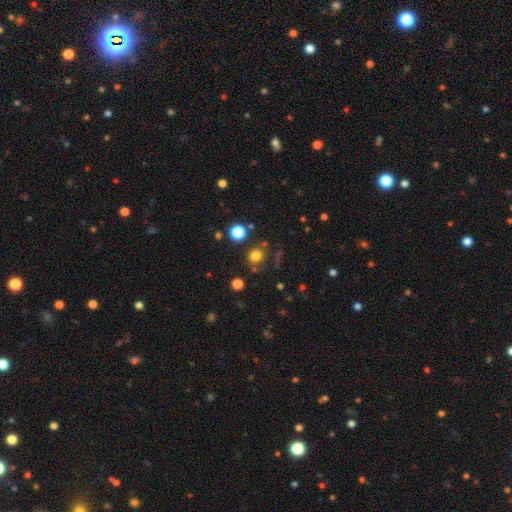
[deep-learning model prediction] Smooth or featured?
  - smooth: 78% *
  - star or artifact: 17%
  - featured or disk: 6%
How rounded?
  - round: 87% *
  - in between: 12%
  - cigar-shaped: 1%
Merging?
  - none: 80% *
  - minor disturbance: 9%
  - merger: 7%
  - major disturbance: 4%